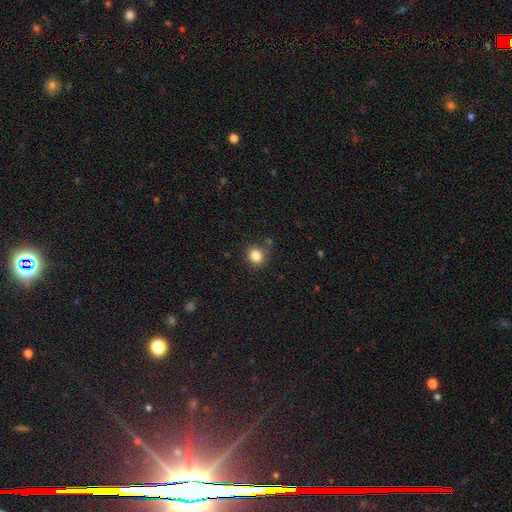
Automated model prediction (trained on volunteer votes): smooth 84%, star or artifact 11%, featured or disk 5%. Down the decision tree: how rounded — round (76%); merging — none (84%).